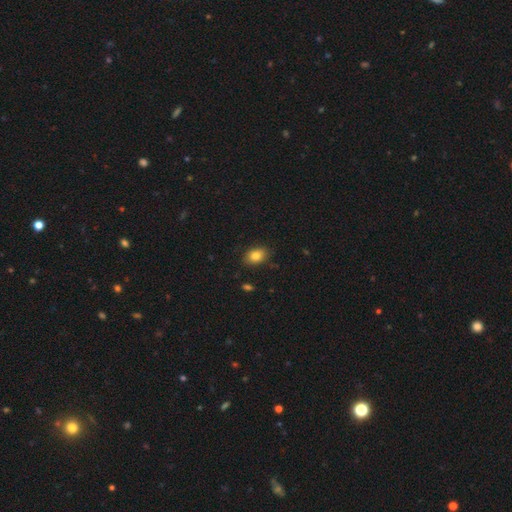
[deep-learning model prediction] Smooth or featured: smooth — 83% (star or artifact — 9%)
How rounded: in between — 76% (round — 23%)
Merging: none — 86% (minor disturbance — 11%)